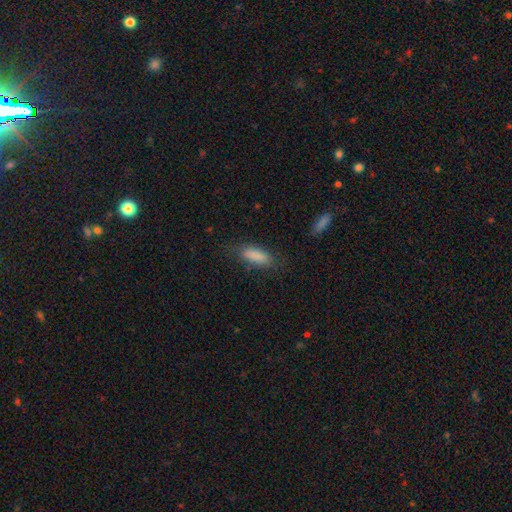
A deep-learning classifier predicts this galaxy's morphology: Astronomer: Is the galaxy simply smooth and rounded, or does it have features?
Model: smooth — 84%.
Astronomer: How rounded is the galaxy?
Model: in between — 64%.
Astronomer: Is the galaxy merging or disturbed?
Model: none — 72%.